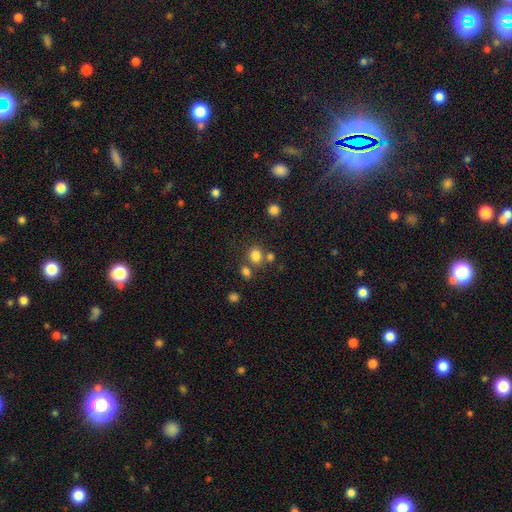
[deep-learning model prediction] Smooth or featured? Predicted: smooth (p=0.80). How rounded? Predicted: round (p=0.66). Merging? Predicted: none (p=0.65).